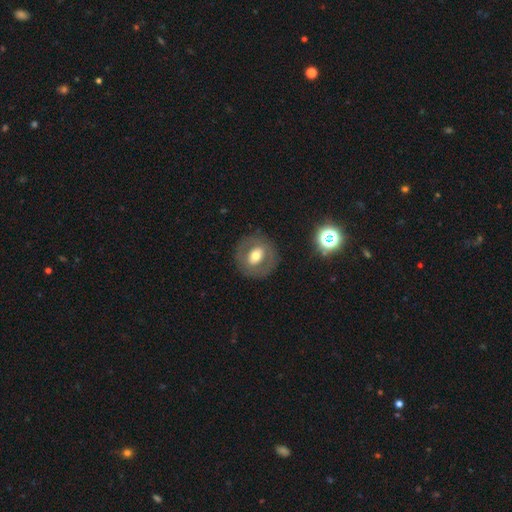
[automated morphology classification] Smooth or featured?
  - featured or disk: 46% * (tied)
  - smooth: 46% * (tied)
  - star or artifact: 8%
Merging?
  - none: 82% *
  - minor disturbance: 10%
  - major disturbance: 6%
  - merger: 1%